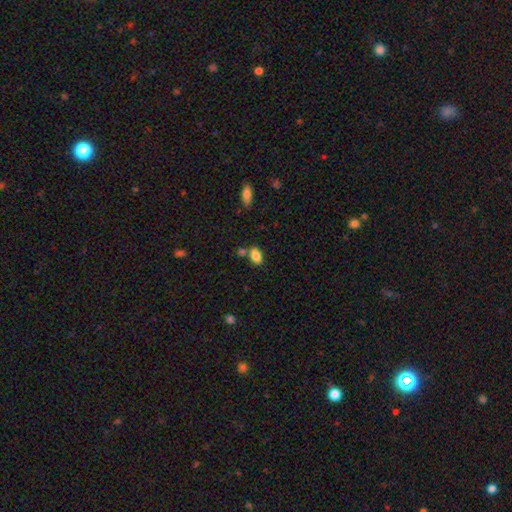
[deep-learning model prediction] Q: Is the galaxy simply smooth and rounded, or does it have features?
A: smooth — 85%.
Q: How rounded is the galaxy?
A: in between — 90%.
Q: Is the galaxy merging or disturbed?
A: none — 64%.